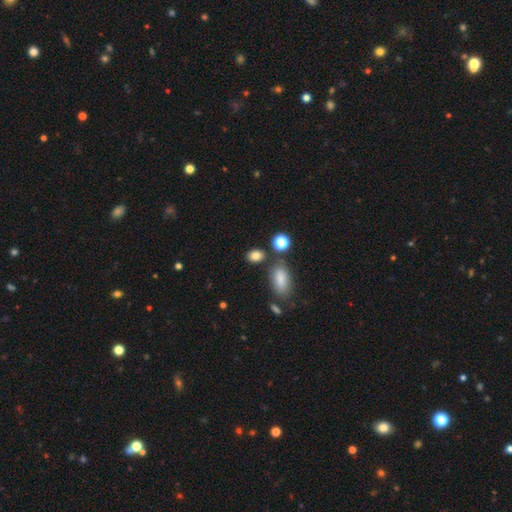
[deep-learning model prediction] Smooth or featured?
  - smooth: 83% *
  - star or artifact: 11%
  - featured or disk: 6%
How rounded?
  - in between: 72% *
  - round: 25%
  - cigar-shaped: 2%
Merging?
  - none: 75% *
  - minor disturbance: 12%
  - merger: 9%
  - major disturbance: 4%